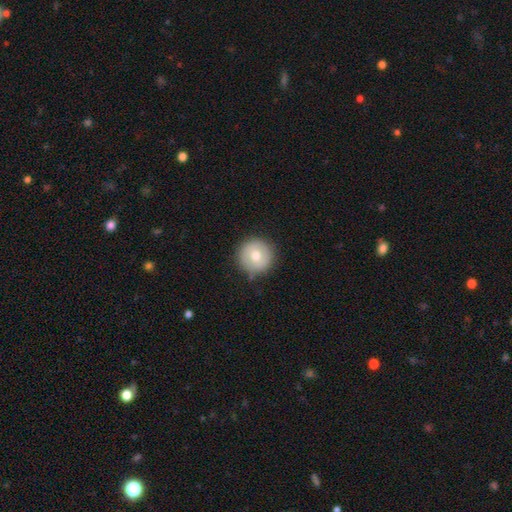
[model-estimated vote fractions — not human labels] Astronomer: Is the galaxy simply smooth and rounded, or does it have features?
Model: smooth — 70%.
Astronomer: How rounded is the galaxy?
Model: round — 96%.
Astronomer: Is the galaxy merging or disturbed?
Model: none — 85%.